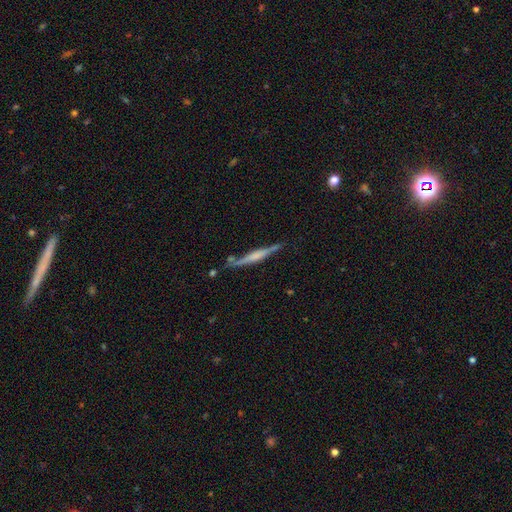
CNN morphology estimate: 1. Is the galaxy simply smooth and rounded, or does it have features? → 65% featured or disk, 28% smooth, 6% star or artifact.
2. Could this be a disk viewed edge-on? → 97% yes, 3% no.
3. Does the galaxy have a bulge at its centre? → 45% rounded, 31% boxy, 24% none.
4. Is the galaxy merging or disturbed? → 75% none, 15% minor disturbance, 6% merger, 4% major disturbance.